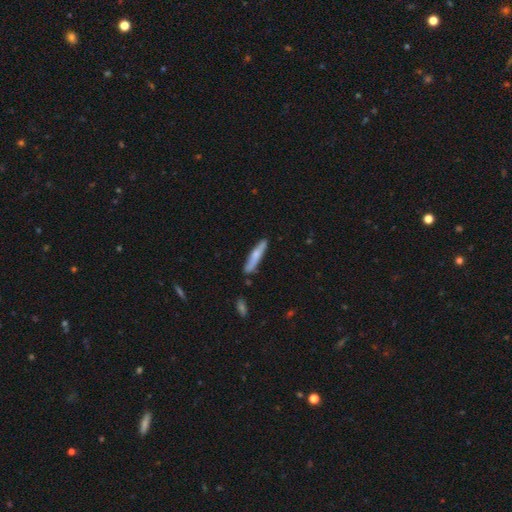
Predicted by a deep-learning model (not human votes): Smooth or featured? Predicted: smooth (p=0.64). How rounded? Predicted: cigar-shaped (p=0.91). Merging? Predicted: none (p=0.82).